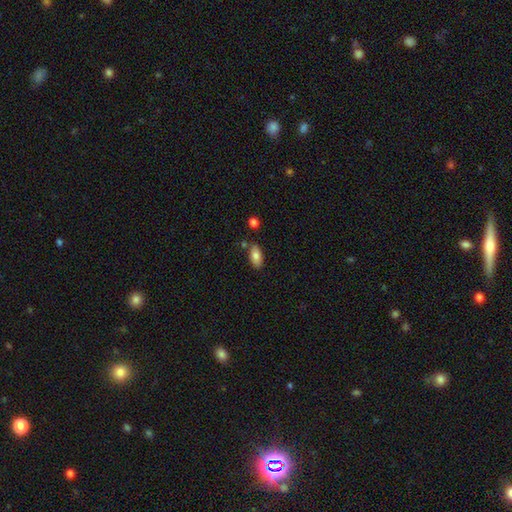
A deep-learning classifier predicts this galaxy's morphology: Smooth or featured?
  - smooth: 81% *
  - featured or disk: 11%
  - star or artifact: 8%
How rounded?
  - in between: 90% *
  - cigar-shaped: 7%
  - round: 3%
Merging?
  - none: 77% *
  - minor disturbance: 14%
  - merger: 7%
  - major disturbance: 3%